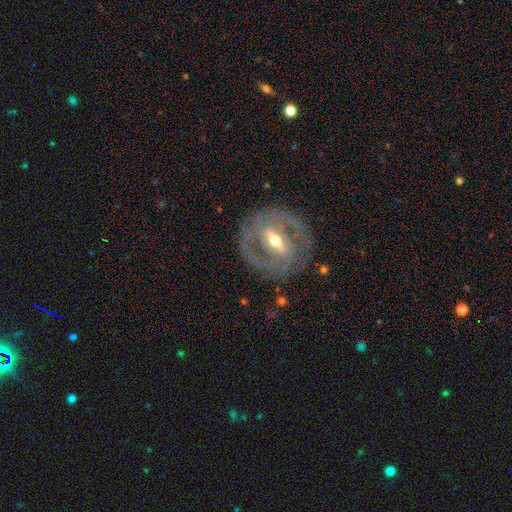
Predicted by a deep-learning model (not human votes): Smooth or featured?
  - featured or disk: 77% *
  - smooth: 13%
  - star or artifact: 9%
Edge-on disk?
  - no: 92% *
  - yes: 8%
Bar?
  - strong: 48% *
  - weak: 35%
  - no: 17%
Spiral arms?
  - yes: 70% *
  - no: 30%
Bulge size?
  - moderate: 60% *
  - small: 34%
  - large: 4%
  - dominant: 1%
  - none: 1%
Merging?
  - none: 80% *
  - minor disturbance: 12%
  - major disturbance: 7%
  - merger: 2%